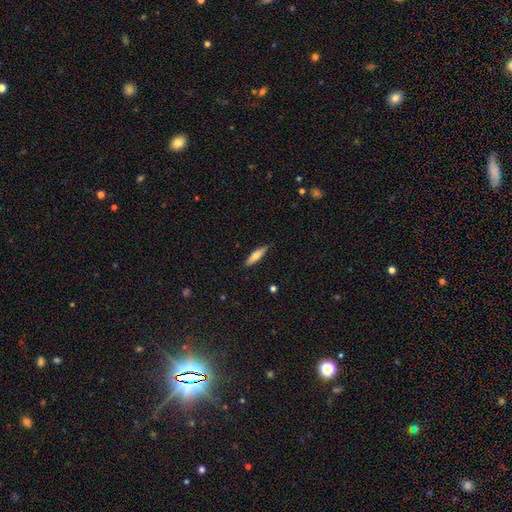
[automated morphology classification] Overall: smooth (65%; featured or disk 29%). How rounded: cigar-shaped (78%). Merging: none (86%).